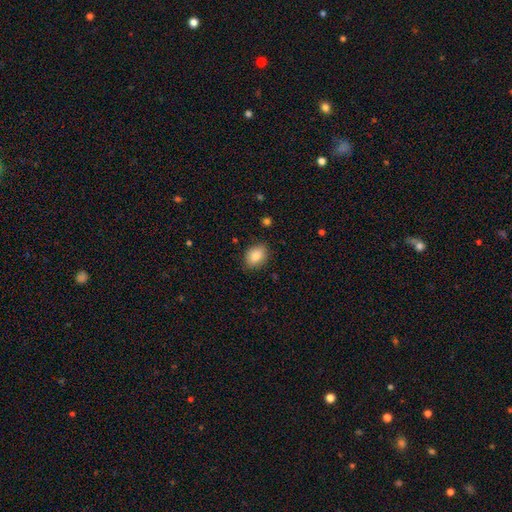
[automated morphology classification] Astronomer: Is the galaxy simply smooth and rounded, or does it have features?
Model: smooth — 84%.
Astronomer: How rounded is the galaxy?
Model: in between — 70%.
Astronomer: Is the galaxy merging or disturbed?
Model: none — 85%.